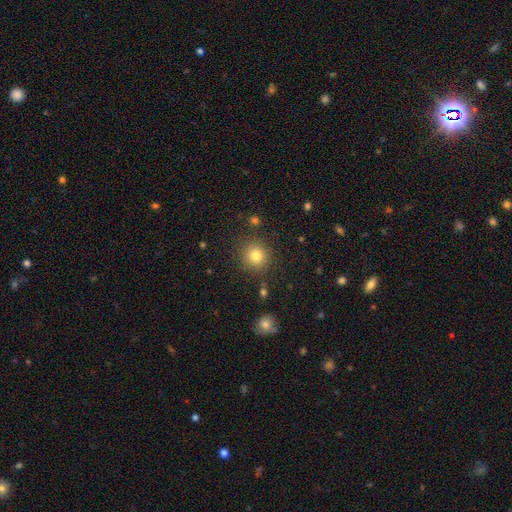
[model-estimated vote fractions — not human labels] smooth-or-featured: smooth: 81% | star or artifact: 12% | featured or disk: 7%
  how-rounded: round: 91% | in between: 9% | cigar-shaped: 1%
  merging: none: 87% | minor disturbance: 7% | major disturbance: 3% | merger: 3%